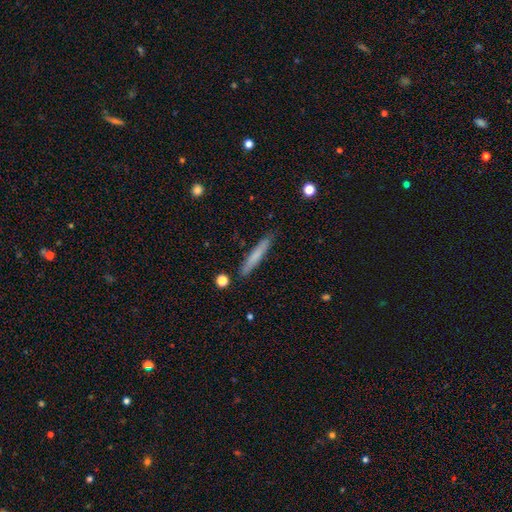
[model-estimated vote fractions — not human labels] Q: Smooth or featured?
A: smooth (71%); runner-up: featured or disk (23%)
Q: How rounded?
A: cigar-shaped (95%); runner-up: in between (4%)
Q: Merging?
A: none (87%); runner-up: minor disturbance (9%)